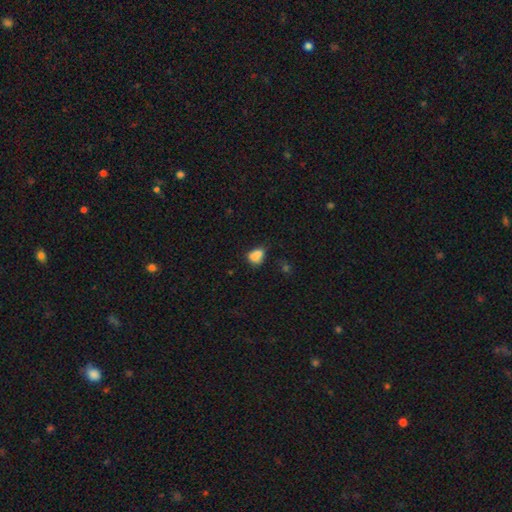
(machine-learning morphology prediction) A smooth galaxy with no disk features (76%) that is in between round and cigar-shaped (58%). Merging: merger (39%).